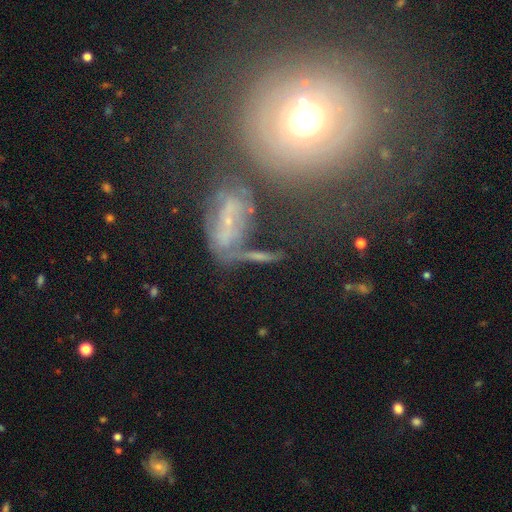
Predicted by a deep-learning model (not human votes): Q: Smooth or featured?
A: featured or disk (55%); runner-up: smooth (29%)
Q: Edge-on disk?
A: no (66%); runner-up: yes (34%)
Q: Merging?
A: none (47%); runner-up: merger (22%)